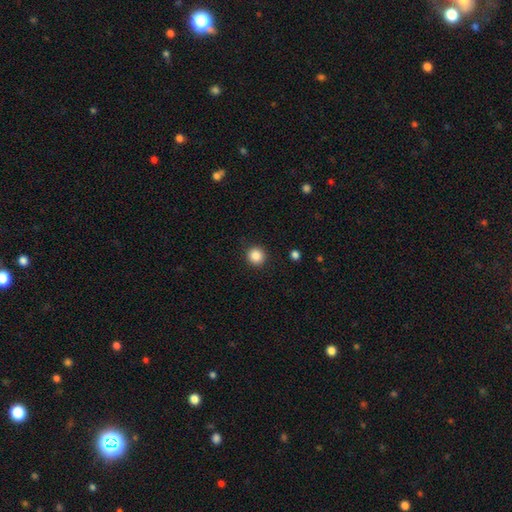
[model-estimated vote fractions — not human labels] Overall: smooth (87%). How rounded: round (93%). Merging: none (91%).